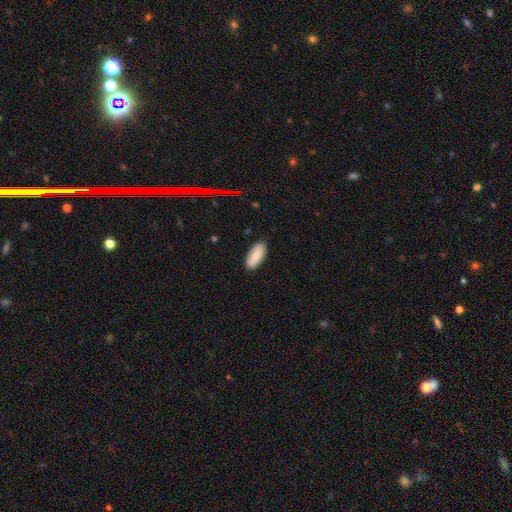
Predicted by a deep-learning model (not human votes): Smooth or featured?
  - smooth: 86% *
  - featured or disk: 7%
  - star or artifact: 6%
How rounded?
  - in between: 82% *
  - cigar-shaped: 17%
  - round: 2%
Merging?
  - none: 88% *
  - minor disturbance: 9%
  - major disturbance: 2%
  - merger: 1%